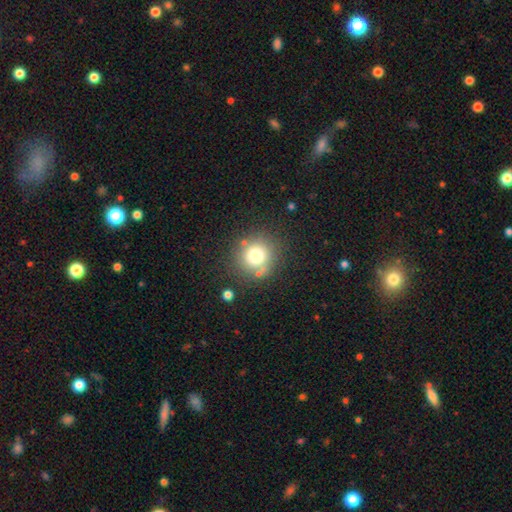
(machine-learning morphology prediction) type=smooth (73%); roundness=round (90%); merging=none (78%).